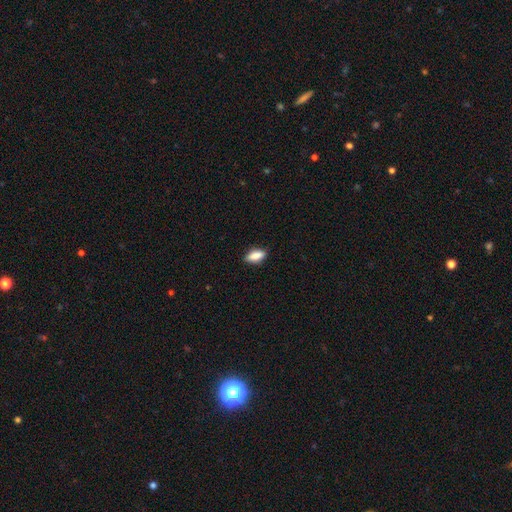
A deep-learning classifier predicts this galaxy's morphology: A smooth galaxy with no disk features (84%) that is in between round and cigar-shaped (79%). Merging: none (85%).